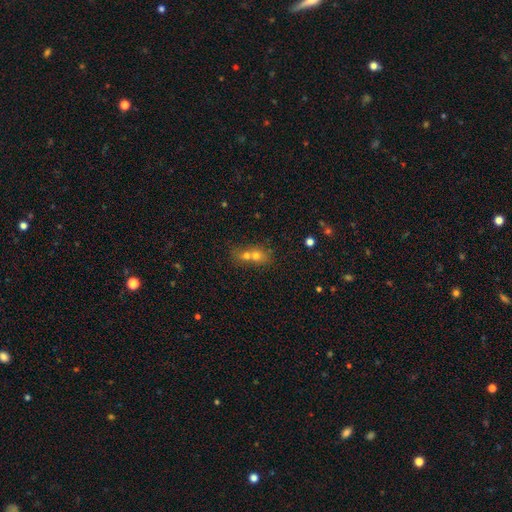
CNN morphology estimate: Smooth or featured: smooth — 64% (featured or disk — 21%)
How rounded: round — 58% (in between — 40%)
Merging: merger — 67% (none — 23%)